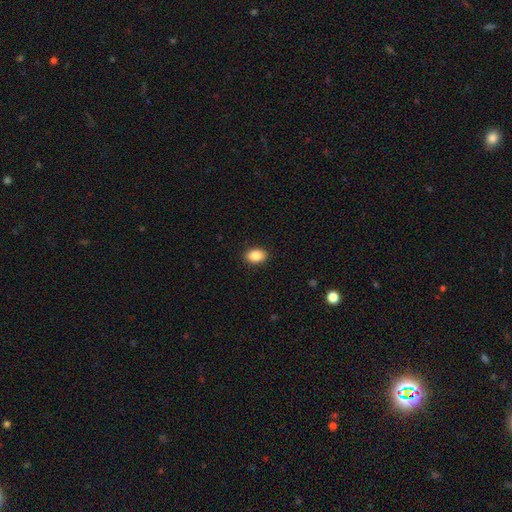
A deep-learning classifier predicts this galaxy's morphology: A smooth galaxy with no disk features (87%) that is in between round and cigar-shaped (78%). Merging: none (90%).